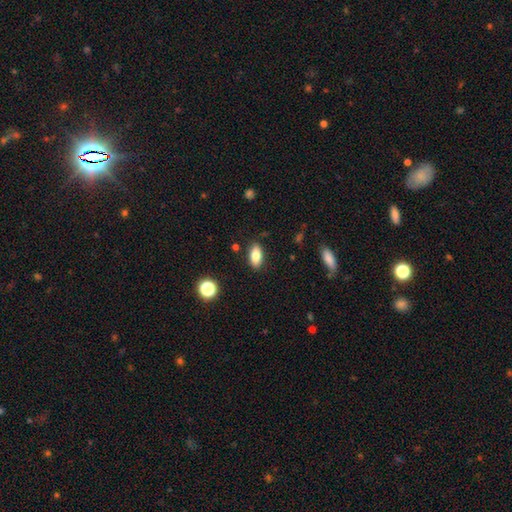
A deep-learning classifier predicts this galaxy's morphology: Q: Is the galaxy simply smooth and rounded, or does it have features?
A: smooth — 80%.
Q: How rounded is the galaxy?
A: in between — 86%.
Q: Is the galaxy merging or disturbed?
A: none — 86%.